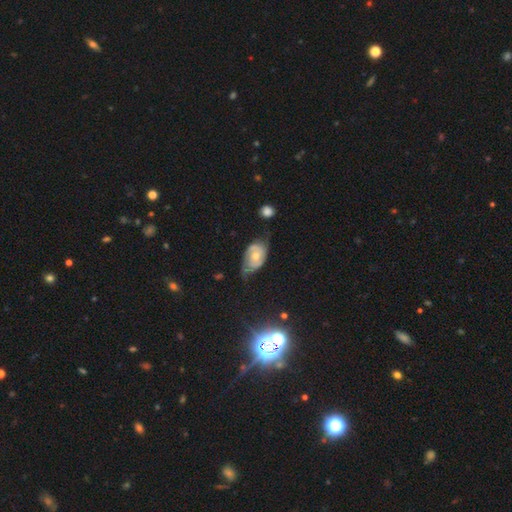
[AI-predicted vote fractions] This is likely a featured or disk galaxy (67%). It is clearly not viewed edge-on (95%). Bar: likely no (73%). Spiral arm pattern: clearly yes (84%). Spiral arm count: likely 2 (63%). Spiral winding: possibly tight (47%). Central bulge: possibly moderate (56%). Merging: marginally none (44%).